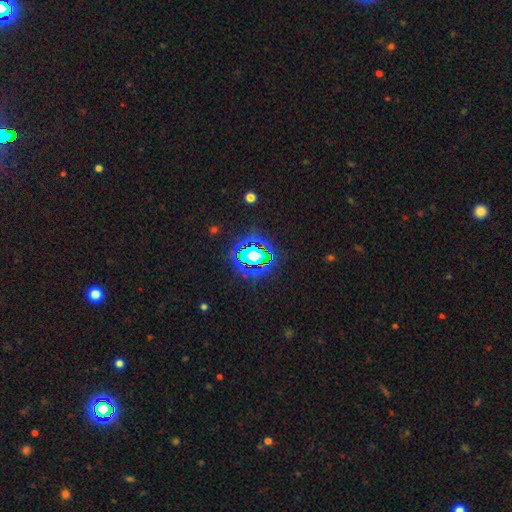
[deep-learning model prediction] smooth-or-featured: star or artifact: 73% | smooth: 15% | featured or disk: 12%